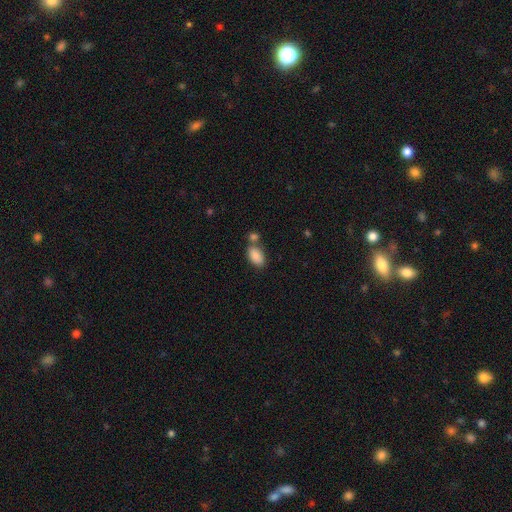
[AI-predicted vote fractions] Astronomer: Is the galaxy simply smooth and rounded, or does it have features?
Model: smooth — 87%.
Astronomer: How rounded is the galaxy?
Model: in between — 93%.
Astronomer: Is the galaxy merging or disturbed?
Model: none — 57%.